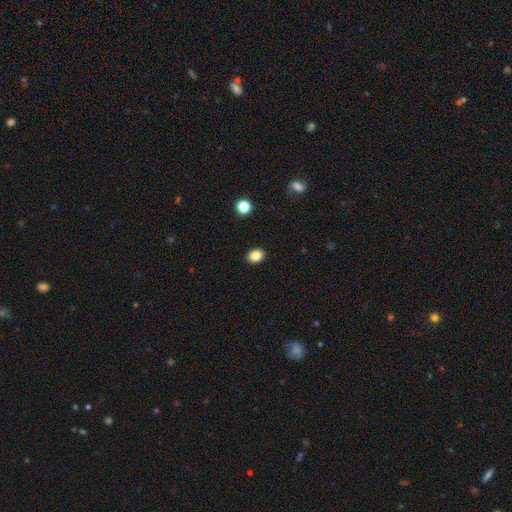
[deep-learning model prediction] A smooth galaxy with no disk features (85%) that is in between round and cigar-shaped (64%). Merging: none (90%).